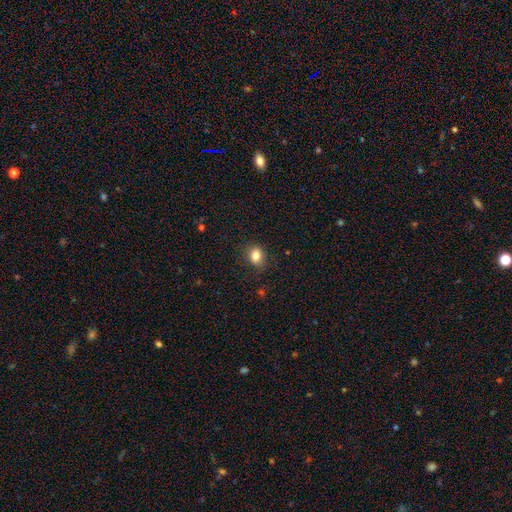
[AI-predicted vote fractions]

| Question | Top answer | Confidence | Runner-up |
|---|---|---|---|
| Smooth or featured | smooth | 83% | star or artifact (11%) |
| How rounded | in between | 54% | round (45%) |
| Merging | none | 82% | minor disturbance (13%) |